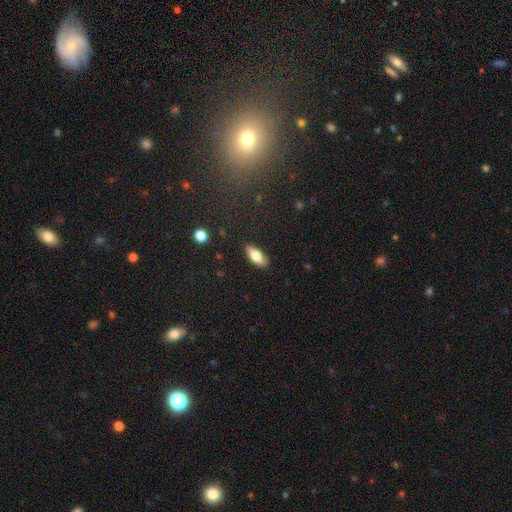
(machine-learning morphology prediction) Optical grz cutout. It shows a smooth galaxy with no disk features (71%) that is in between round and cigar-shaped (76%). Merging: none (86%).